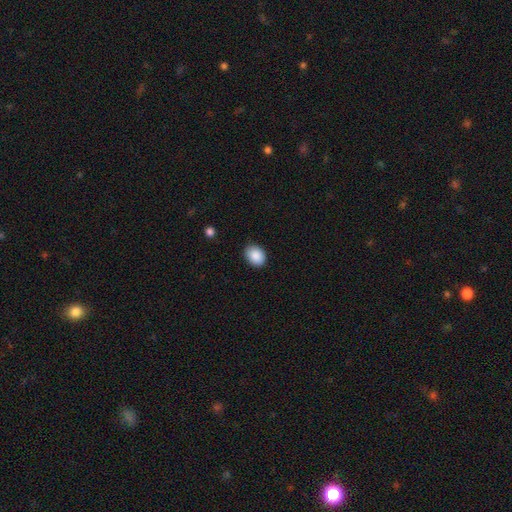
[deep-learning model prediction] Q: Smooth or featured?
A: smooth (89%); runner-up: star or artifact (7%)
Q: How rounded?
A: in between (67%); runner-up: round (32%)
Q: Merging?
A: none (86%); runner-up: minor disturbance (11%)